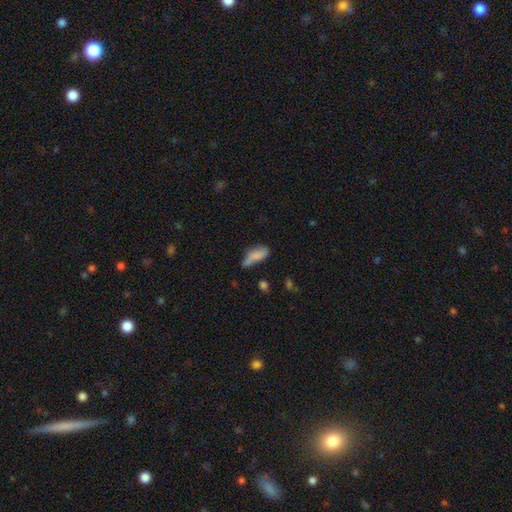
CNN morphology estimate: type=smooth (75%); roundness=in between (73%); merging=none (42%).